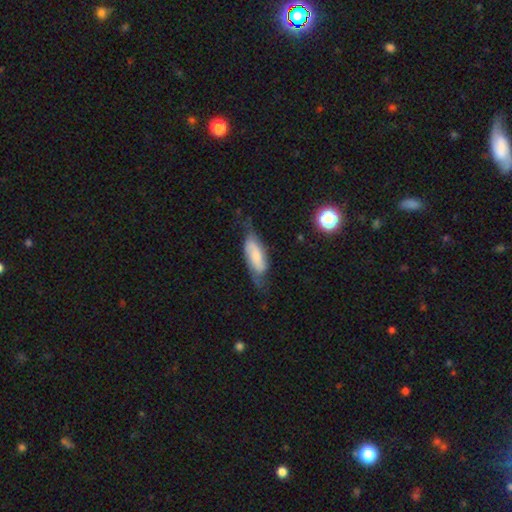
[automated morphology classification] smooth_or_featured: smooth (p=0.48) [alt: featured or disk p=0.45]
merging: none (p=0.51) [alt: minor disturbance p=0.31]